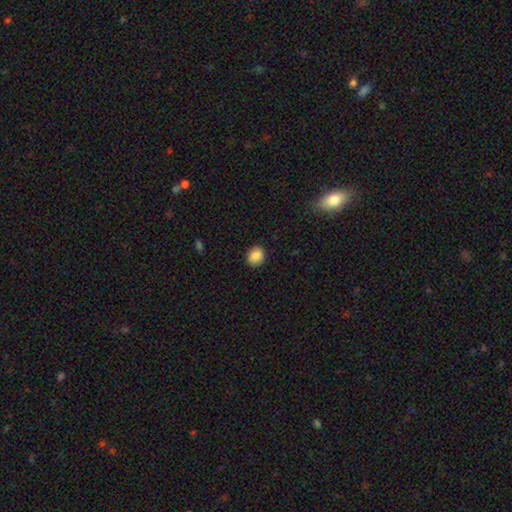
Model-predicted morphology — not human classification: This is clearly a smooth galaxy (87%). How rounded: possibly round (58%). Merging: clearly none (89%).